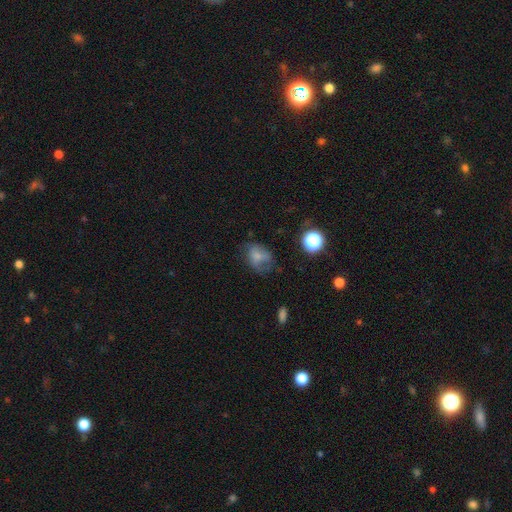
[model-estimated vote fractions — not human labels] Morphology: type=smooth (54%); roundness=in between (60%); merging=none (48%).